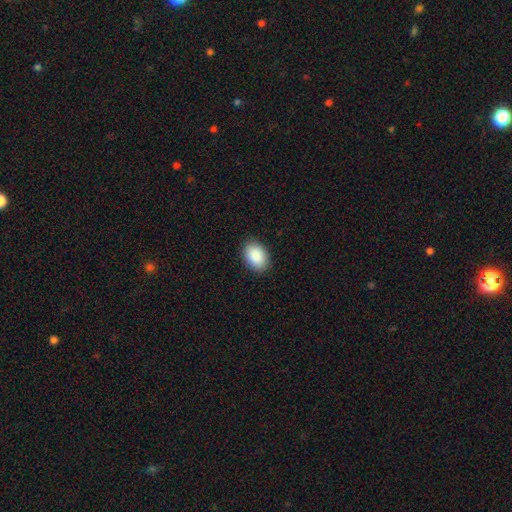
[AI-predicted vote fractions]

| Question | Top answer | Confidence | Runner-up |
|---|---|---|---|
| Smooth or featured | smooth | 90% | star or artifact (6%) |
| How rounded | in between | 83% | round (16%) |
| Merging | none | 89% | minor disturbance (8%) |